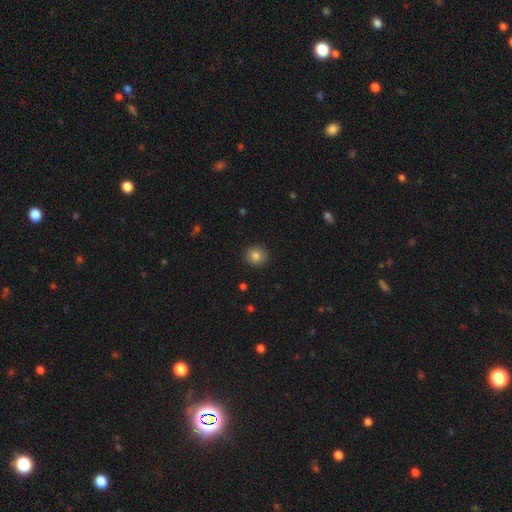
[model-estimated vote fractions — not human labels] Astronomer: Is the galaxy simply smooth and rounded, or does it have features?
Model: smooth — 83%.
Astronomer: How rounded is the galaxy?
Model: round — 87%.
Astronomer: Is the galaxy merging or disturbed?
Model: none — 91%.